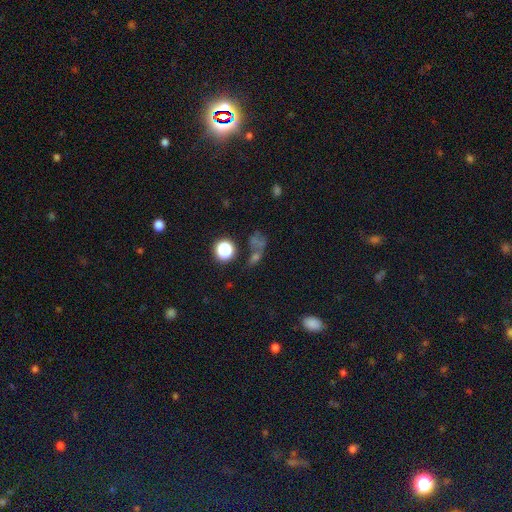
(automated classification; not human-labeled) star or artifact 43%, smooth 42%, featured or disk 14%.